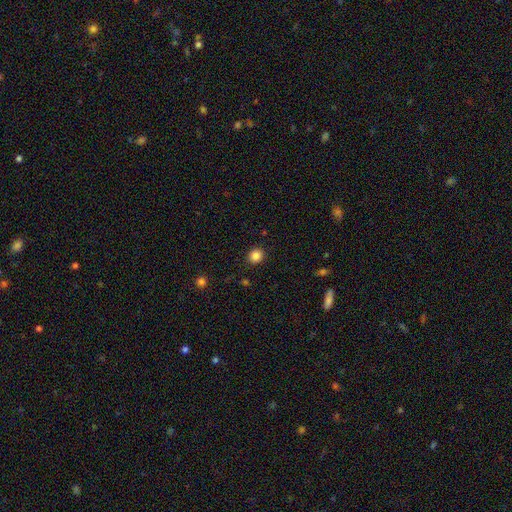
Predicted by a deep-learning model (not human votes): smooth-or-featured: smooth: 86% | star or artifact: 11% | featured or disk: 4%
  how-rounded: round: 83% | in between: 16% | cigar-shaped: 1%
  merging: none: 90% | minor disturbance: 7% | major disturbance: 2% | merger: 1%